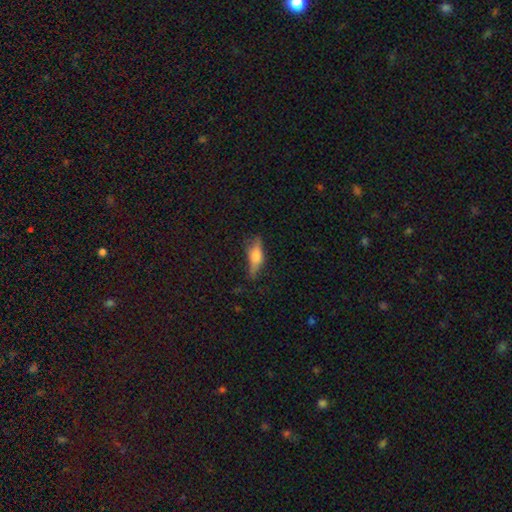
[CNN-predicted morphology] A smooth galaxy with no disk features (58%) that is in between round and cigar-shaped (52%).

Vote fractions:
- Smooth or featured? smooth: 58% / featured or disk: 34% / star or artifact: 8%
- How rounded? in between: 52% / cigar-shaped: 45% / round: 3%
- Merging? none: 68% / minor disturbance: 23% / major disturbance: 7% / merger: 2%